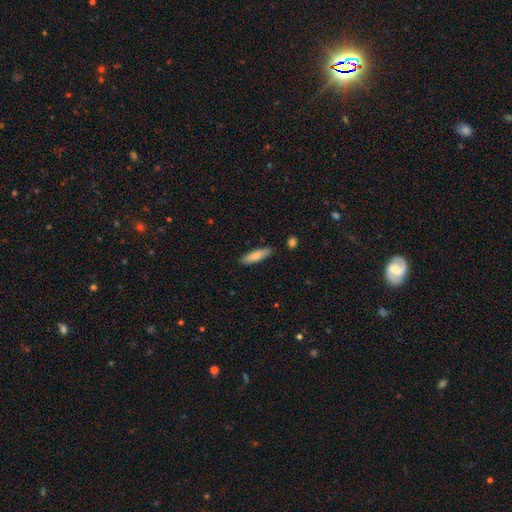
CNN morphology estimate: The model was most divided on "how rounded": cigar-shaped: 67%, in between: 32%, round: 2%. More confident: merging — none (88%); smooth or featured — smooth (82%).